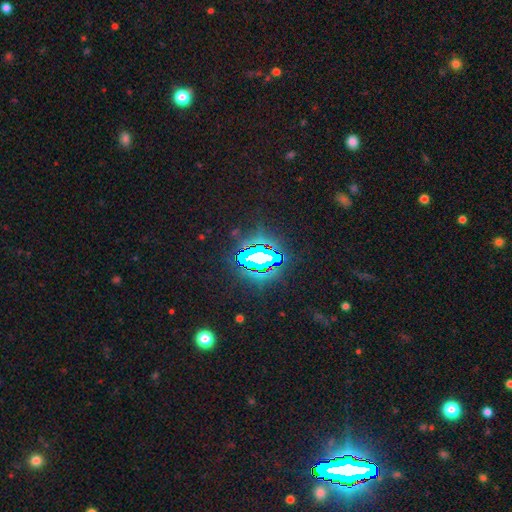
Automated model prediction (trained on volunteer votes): Smooth or featured?
  - star or artifact: 77% *
  - smooth: 13%
  - featured or disk: 10%